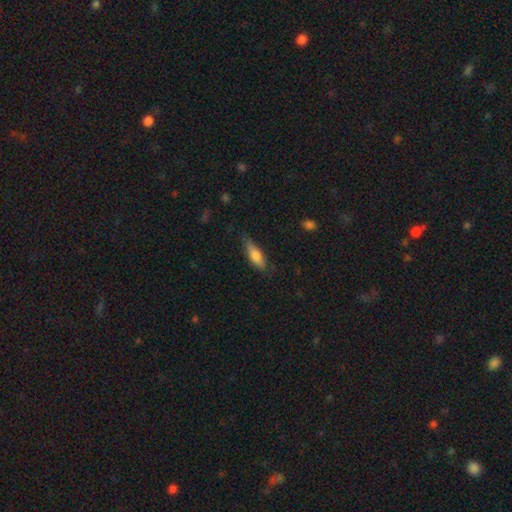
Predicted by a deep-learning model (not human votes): A smooth galaxy with no disk features (74%) that is in between round and cigar-shaped (51%).

Vote fractions:
- Smooth or featured? smooth: 74% / featured or disk: 20% / star or artifact: 6%
- How rounded? in between: 51% / cigar-shaped: 47% / round: 2%
- Merging? none: 67% / minor disturbance: 26% / major disturbance: 5% / merger: 2%